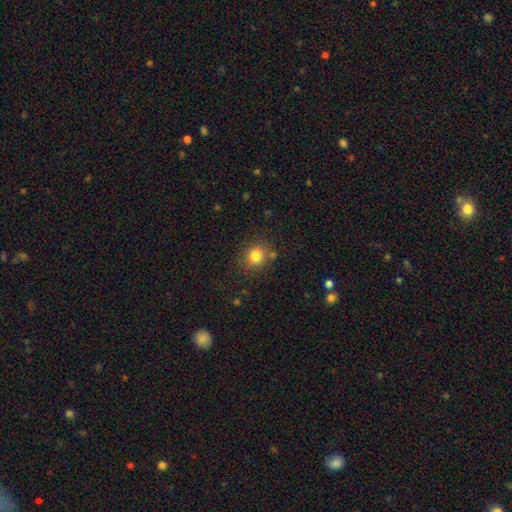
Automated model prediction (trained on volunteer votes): A smooth galaxy with no disk features (81%) that is round (79%).

Vote fractions:
- Smooth or featured? smooth: 81% / star or artifact: 12% / featured or disk: 7%
- How rounded? round: 79% / in between: 20% / cigar-shaped: 1%
- Merging? none: 78% / minor disturbance: 13% / merger: 5% / major disturbance: 4%